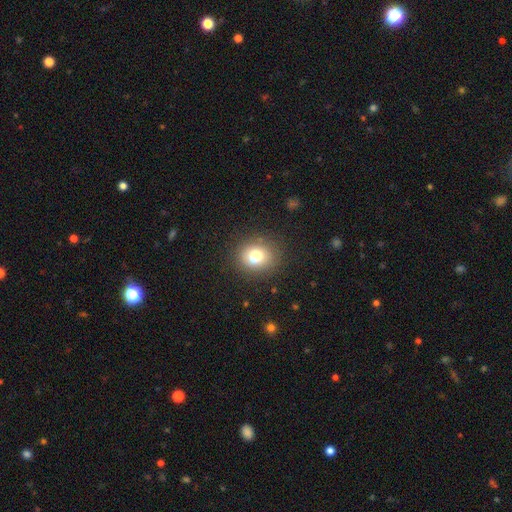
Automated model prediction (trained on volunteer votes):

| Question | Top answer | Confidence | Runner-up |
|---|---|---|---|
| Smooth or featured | smooth | 76% | star or artifact (12%) |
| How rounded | round | 71% | in between (28%) |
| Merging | none | 79% | minor disturbance (13%) |